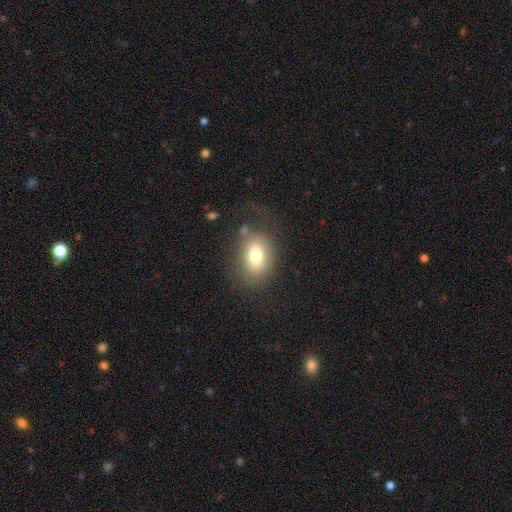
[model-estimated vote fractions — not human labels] A smooth galaxy with no disk features (75%) that is in between round and cigar-shaped (69%).

Vote fractions:
- Smooth or featured? smooth: 75% / featured or disk: 15% / star or artifact: 10%
- How rounded? in between: 69% / round: 29% / cigar-shaped: 1%
- Merging? none: 68% / minor disturbance: 17% / major disturbance: 11% / merger: 4%